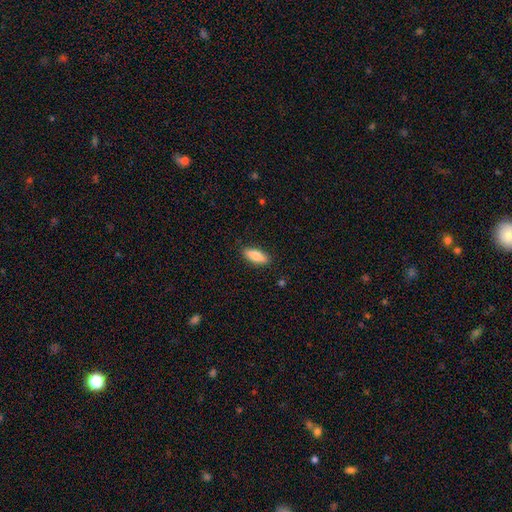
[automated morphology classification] smooth_or_featured: smooth (p=0.82) [alt: featured or disk p=0.12]
how_rounded: in between (p=0.69) [alt: cigar-shaped p=0.29]
merging: none (p=0.88) [alt: minor disturbance p=0.09]